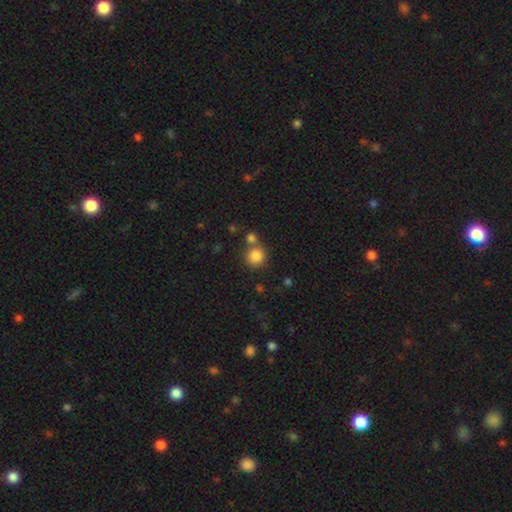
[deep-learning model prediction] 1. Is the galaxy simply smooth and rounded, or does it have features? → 84% smooth, 11% star or artifact, 5% featured or disk.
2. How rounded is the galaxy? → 90% round, 9% in between, 1% cigar-shaped.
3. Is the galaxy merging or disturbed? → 65% none, 22% merger, 9% minor disturbance, 4% major disturbance.